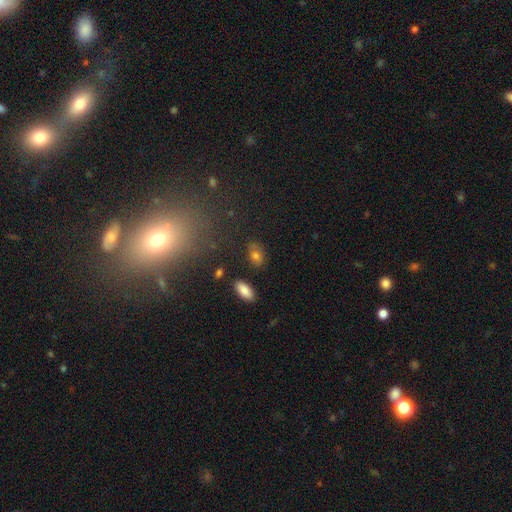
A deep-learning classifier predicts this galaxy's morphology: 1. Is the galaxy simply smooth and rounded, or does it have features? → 76% smooth, 13% featured or disk, 11% star or artifact.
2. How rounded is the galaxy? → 85% in between, 12% round, 3% cigar-shaped.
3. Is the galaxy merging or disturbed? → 77% none, 15% minor disturbance, 4% major disturbance, 4% merger.